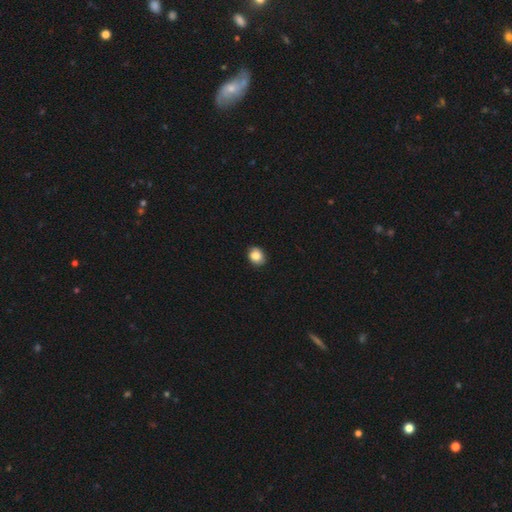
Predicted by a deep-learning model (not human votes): Smooth or featured? Predicted: smooth (p=0.85). How rounded? Predicted: in between (p=0.50). Merging? Predicted: none (p=0.87).